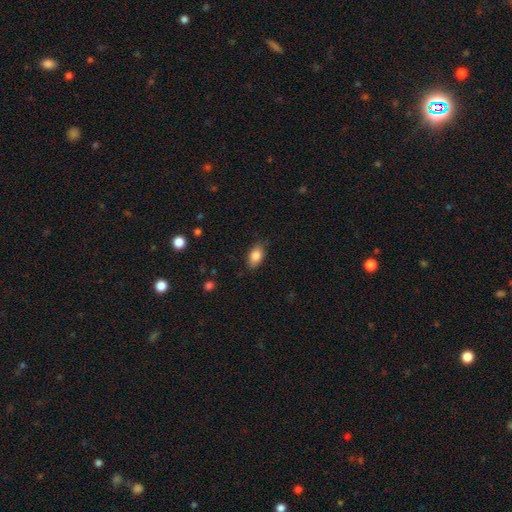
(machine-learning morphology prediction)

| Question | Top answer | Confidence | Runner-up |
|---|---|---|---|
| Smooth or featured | smooth | 84% | featured or disk (8%) |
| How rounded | in between | 88% | round (10%) |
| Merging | none | 83% | minor disturbance (13%) |